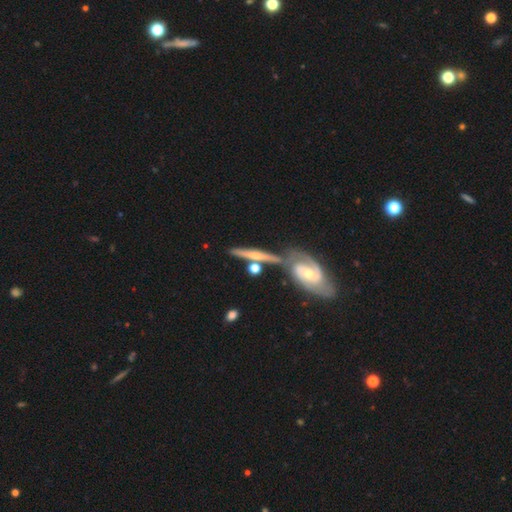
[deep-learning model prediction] This appears to be a featured or disk galaxy (68%) viewed edge-on (80%) with a rounded central bulge (62%). Merging: none (56%).